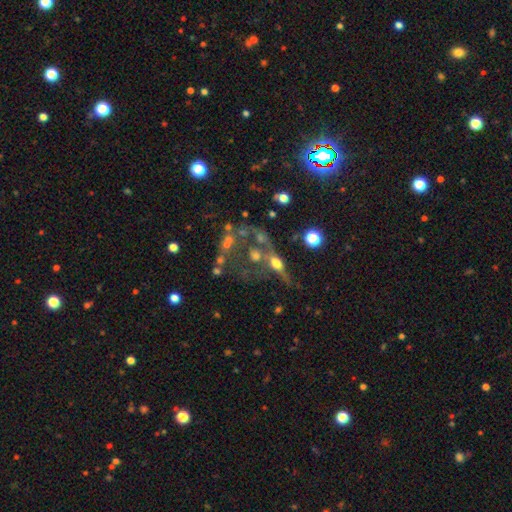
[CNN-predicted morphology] This is possibly a featured or disk galaxy (54%). It is likely not viewed edge-on (67%). Merging: marginally none (36%).